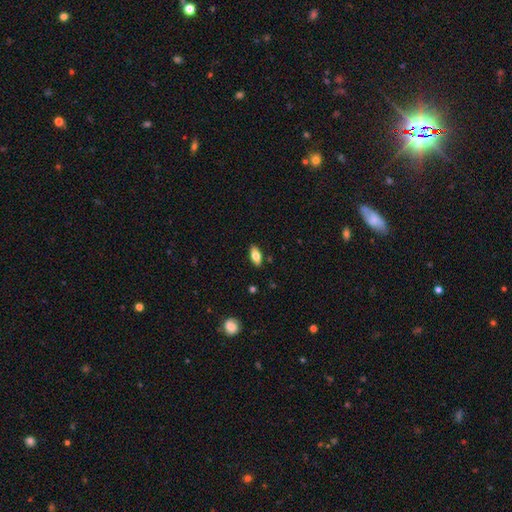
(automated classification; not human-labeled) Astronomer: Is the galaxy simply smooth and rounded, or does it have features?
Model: smooth — 75%.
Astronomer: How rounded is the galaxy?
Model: in between — 87%.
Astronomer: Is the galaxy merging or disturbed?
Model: none — 88%.